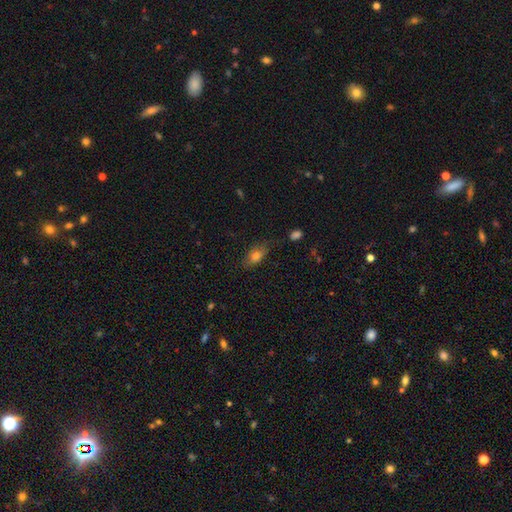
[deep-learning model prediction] smooth 74%, featured or disk 15%, star or artifact 11%. Down the decision tree: how rounded — in between (80%); merging — none (71%).